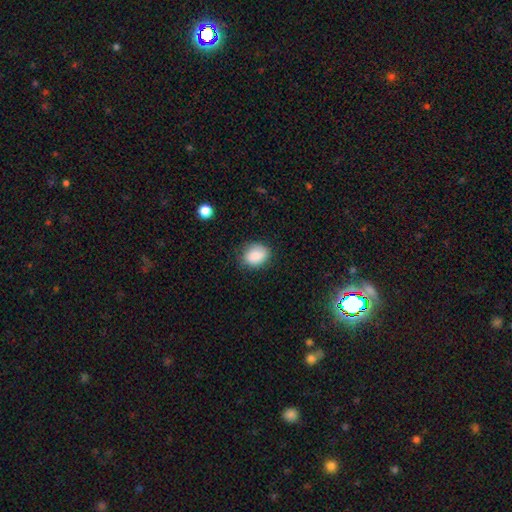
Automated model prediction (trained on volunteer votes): Smooth or featured? smooth (87%)
How rounded? in between (62%)
Merging? none (78%)